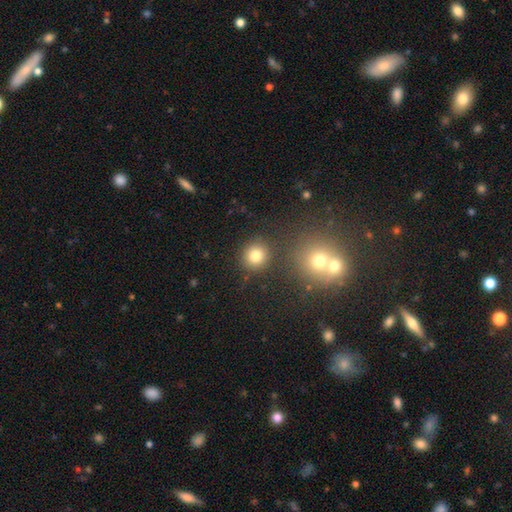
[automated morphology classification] This appears to be a smooth galaxy with no disk features (80%) that is round (90%). Merging: none (84%).